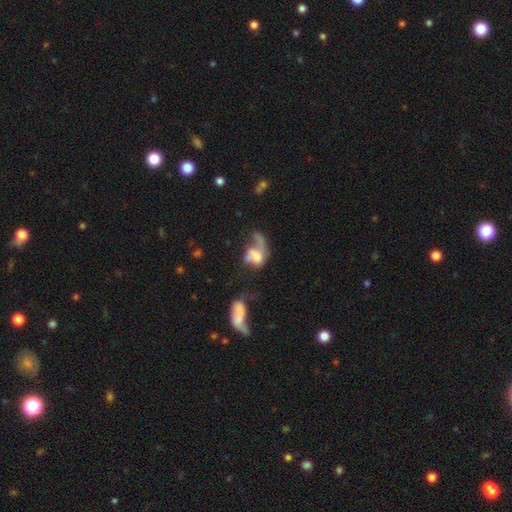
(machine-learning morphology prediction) This appears to be a featured or disk galaxy (47%). Merging: major disturbance (45%).